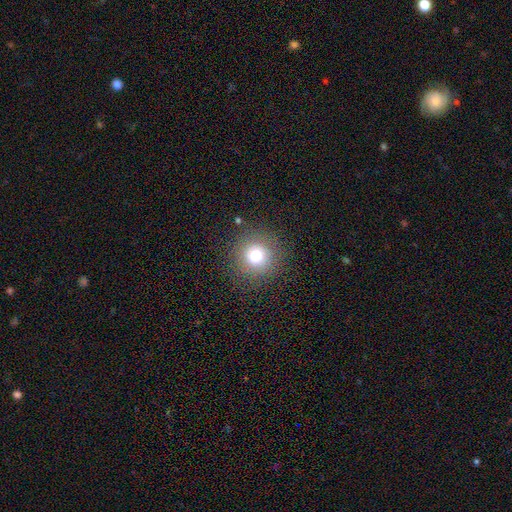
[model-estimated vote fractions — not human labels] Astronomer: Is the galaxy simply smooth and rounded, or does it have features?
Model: smooth — 75%.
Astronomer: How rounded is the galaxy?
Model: round — 95%.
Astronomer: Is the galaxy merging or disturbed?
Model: none — 87%.